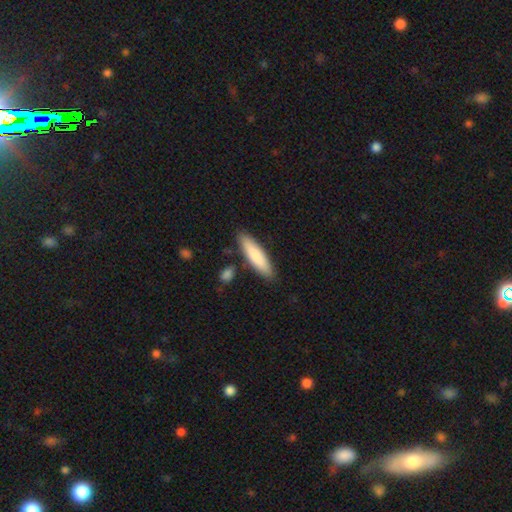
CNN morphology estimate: The model was most divided on "how rounded": cigar-shaped: 68%, in between: 31%, round: 1%. More confident: merging — none (85%); smooth or featured — smooth (81%).